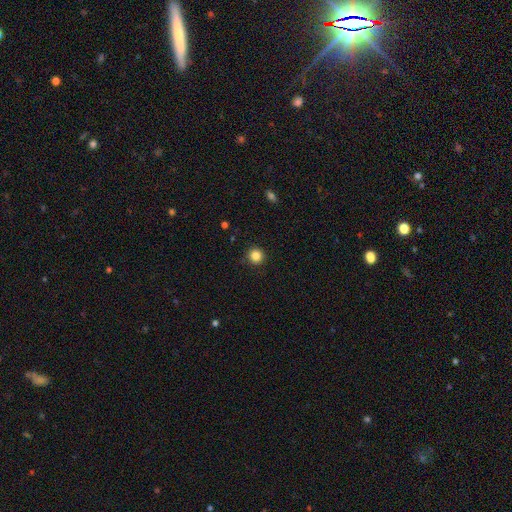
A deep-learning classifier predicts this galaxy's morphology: smooth 84%, star or artifact 11%, featured or disk 4%. Down the decision tree: how rounded — round (94%); merging — none (91%).